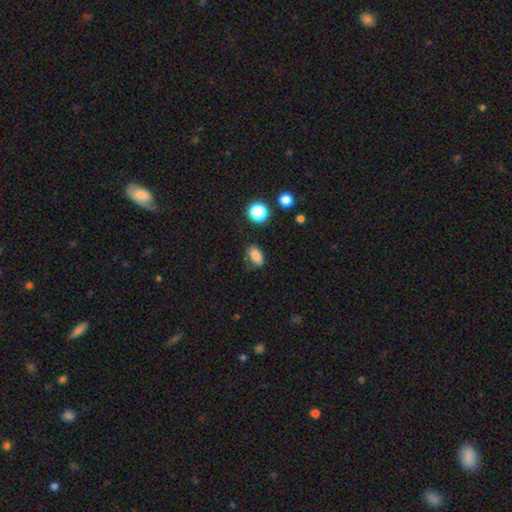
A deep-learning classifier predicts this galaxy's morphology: A smooth galaxy with no disk features (83%) that is in between round and cigar-shaped (85%). Merging: none (76%).